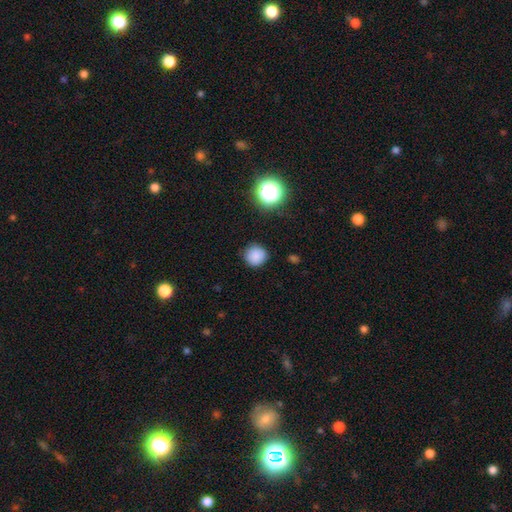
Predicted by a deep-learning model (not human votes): This appears to be a smooth galaxy with no disk features (84%) that is round (92%). Merging: none (88%).